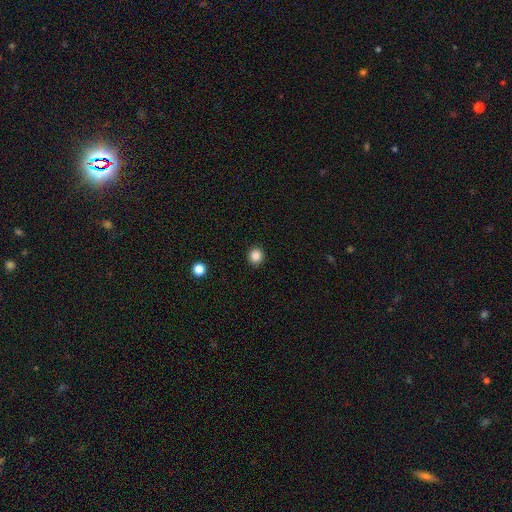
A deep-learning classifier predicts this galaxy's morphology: Smooth or featured: smooth — 85% (star or artifact — 11%)
How rounded: round — 90% (in between — 9%)
Merging: none — 92% (minor disturbance — 5%)